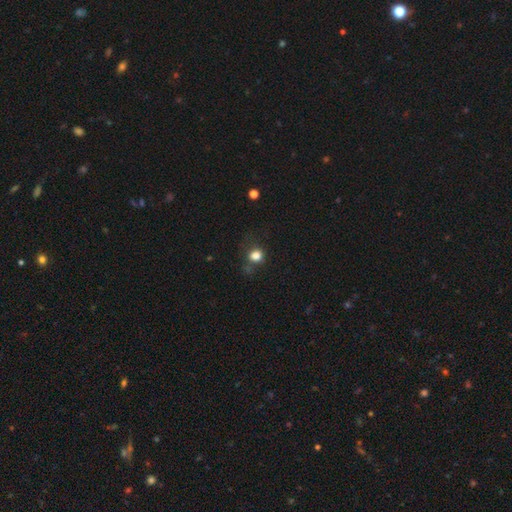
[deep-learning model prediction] Morphology: type=smooth (79%); roundness=round (81%); merging=none (65%).